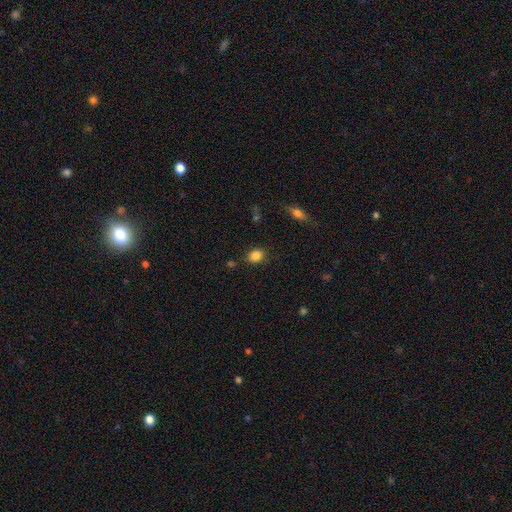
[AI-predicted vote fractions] Smooth or featured?
  - smooth: 85% *
  - star or artifact: 10%
  - featured or disk: 5%
How rounded?
  - in between: 54% *
  - round: 45%
  - cigar-shaped: 1%
Merging?
  - none: 81% *
  - minor disturbance: 13%
  - major disturbance: 3%
  - merger: 3%